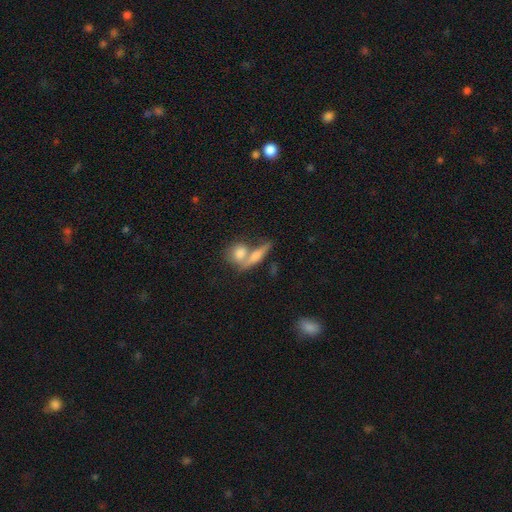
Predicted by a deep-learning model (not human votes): This is likely a smooth galaxy (63%). How rounded: possibly in between (45%). Merging: possibly merger (50%).